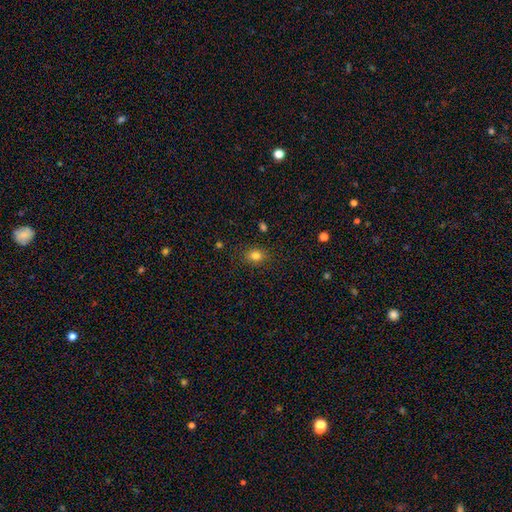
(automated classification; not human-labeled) smooth-or-featured: smooth: 81% | star or artifact: 12% | featured or disk: 6%
  how-rounded: in between: 52% | round: 47% | cigar-shaped: 1%
  merging: none: 85% | minor disturbance: 11% | major disturbance: 3% | merger: 1%